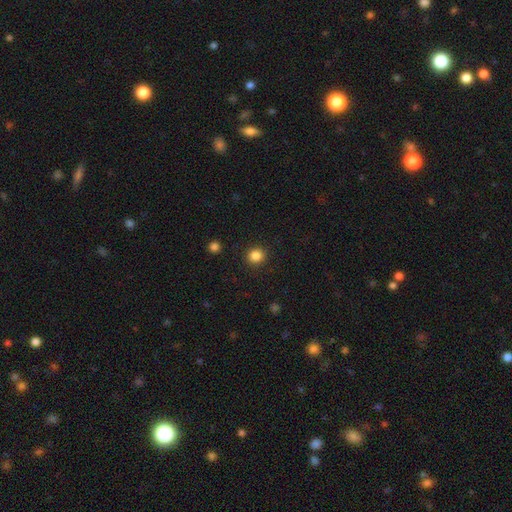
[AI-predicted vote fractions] Smooth or featured? Predicted: smooth (p=0.84). How rounded? Predicted: round (p=0.89). Merging? Predicted: none (p=0.91).